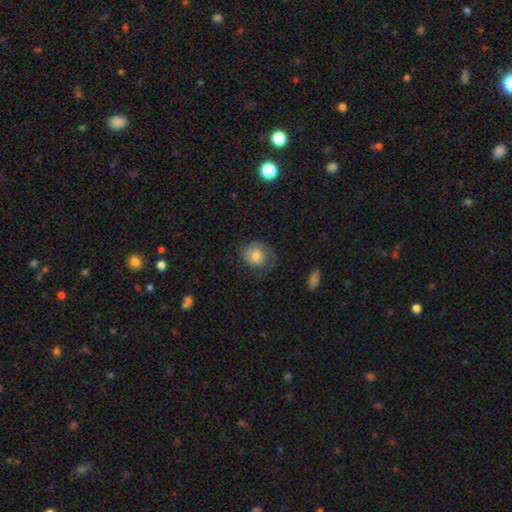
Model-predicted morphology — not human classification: smooth 59%, featured or disk 33%, star or artifact 8%. Down the decision tree: how rounded — round (72%); merging — none (60%).